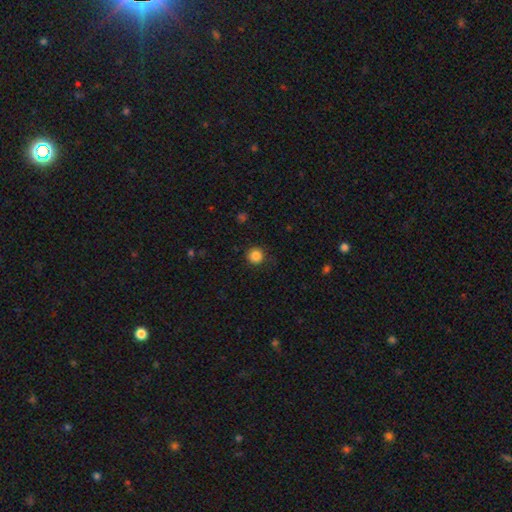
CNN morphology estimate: The model was most divided on "smooth or featured": smooth: 86%, star or artifact: 11%, featured or disk: 3%. More confident: how rounded — round (95%); merging — none (88%).